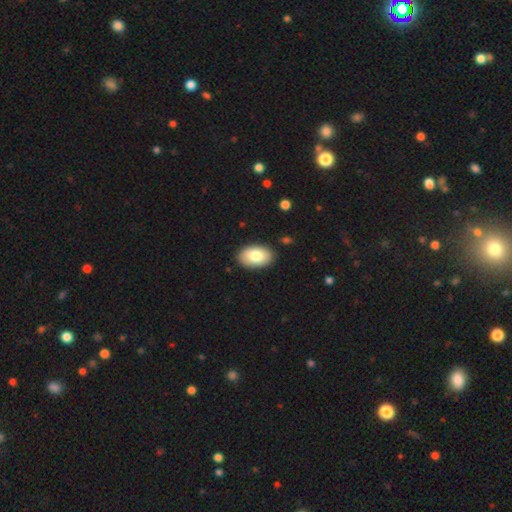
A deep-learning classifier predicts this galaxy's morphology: Smooth or featured? Predicted: smooth (p=0.81). How rounded? Predicted: in between (p=0.93). Merging? Predicted: none (p=0.88).